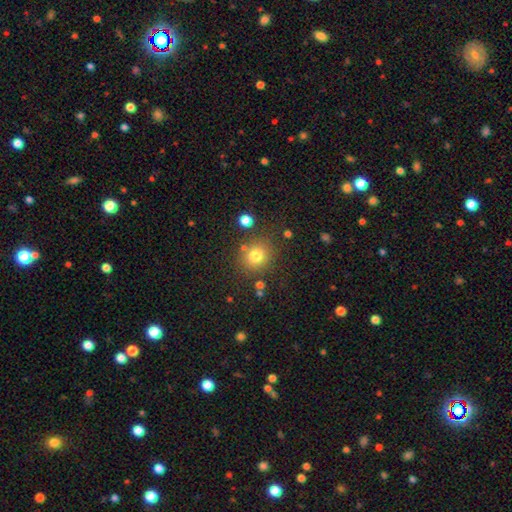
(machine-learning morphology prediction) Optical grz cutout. It shows a smooth galaxy with no disk features (78%) that is round (83%). Merging: none (80%).